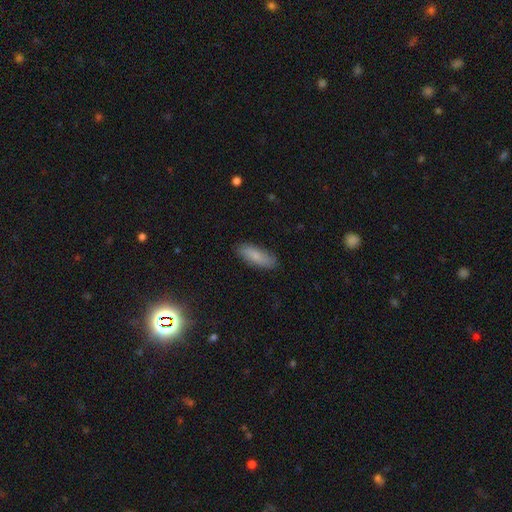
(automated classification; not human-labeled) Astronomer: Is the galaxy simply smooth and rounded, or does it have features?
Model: smooth — 81%.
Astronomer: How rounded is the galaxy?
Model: in between — 65%.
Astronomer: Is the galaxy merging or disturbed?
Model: none — 85%.